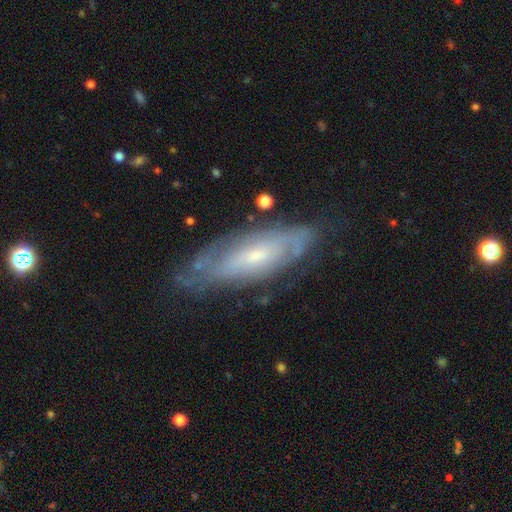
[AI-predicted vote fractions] A featured or disk galaxy (69%) with no bar (59%), spiral arms (78%) and a small central bulge (54%).

Vote fractions:
- Smooth or featured? featured or disk: 69% / smooth: 25% / star or artifact: 7%
- Edge-on disk? no: 76% / yes: 24%
- Bar? no: 59% / weak: 33% / strong: 7%
- Spiral arms? yes: 78% / no: 22%
- Bulge size? small: 54% / moderate: 37% / none: 4% / large: 3% / dominant: 1%
- Merging? none: 70% / minor disturbance: 21% / major disturbance: 7% / merger: 2%